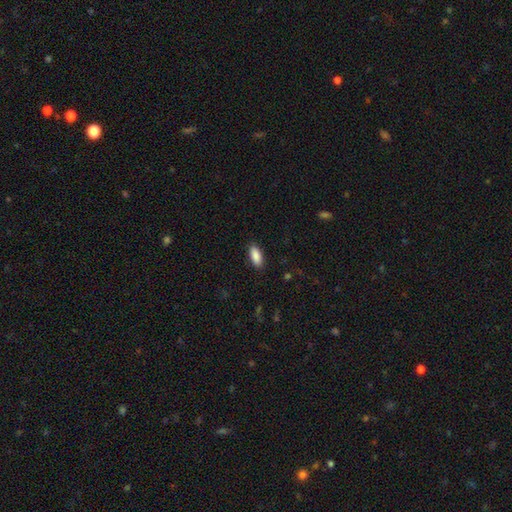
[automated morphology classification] Smooth or featured? smooth (89%)
How rounded? in between (86%)
Merging? none (88%)